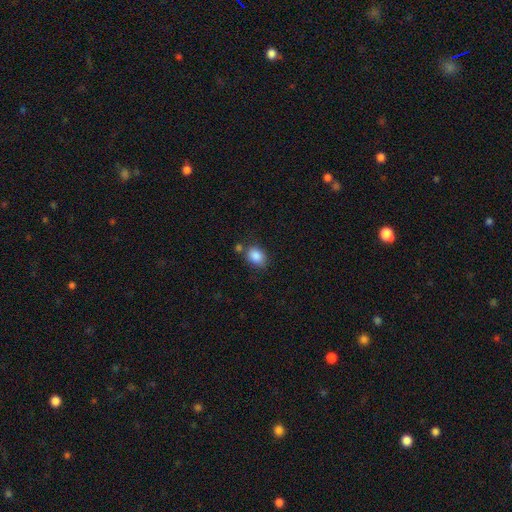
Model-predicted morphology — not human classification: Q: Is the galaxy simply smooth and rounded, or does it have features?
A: smooth — 87%.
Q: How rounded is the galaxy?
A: in between — 68%.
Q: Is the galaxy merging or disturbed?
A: none — 68%.